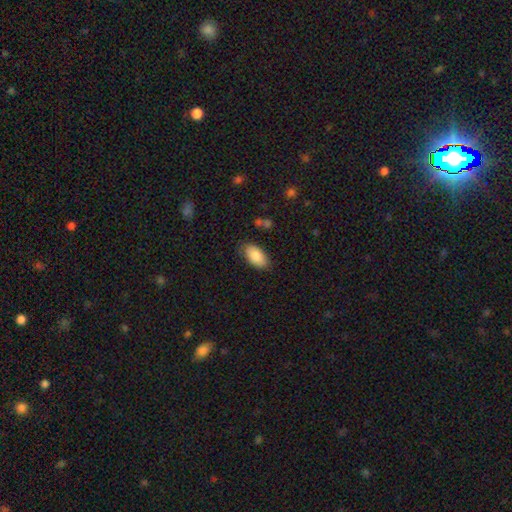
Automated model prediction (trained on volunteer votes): smooth 86%, featured or disk 8%, star or artifact 6%. Down the decision tree: how rounded — in between (94%); merging — none (80%).